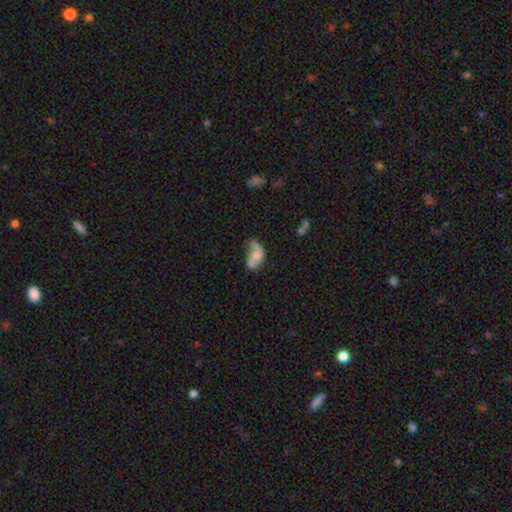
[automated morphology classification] Smooth or featured?
  - smooth: 47% *
  - featured or disk: 42%
  - star or artifact: 10%
Merging?
  - major disturbance: 33% *
  - none: 23%
  - minor disturbance: 23%
  - merger: 21%